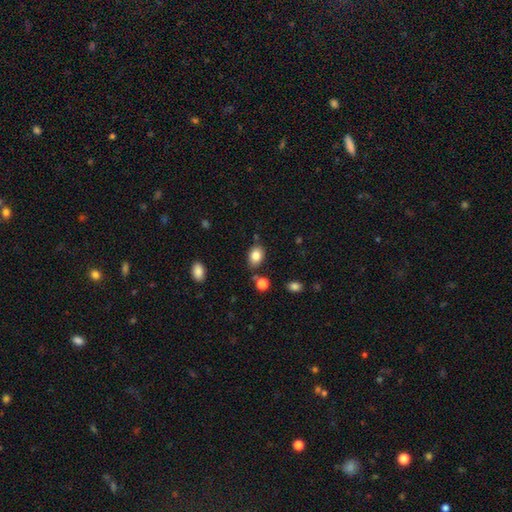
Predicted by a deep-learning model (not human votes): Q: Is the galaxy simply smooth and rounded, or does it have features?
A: smooth — 84%.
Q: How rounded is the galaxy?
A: in between — 75%.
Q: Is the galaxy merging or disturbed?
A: none — 77%.